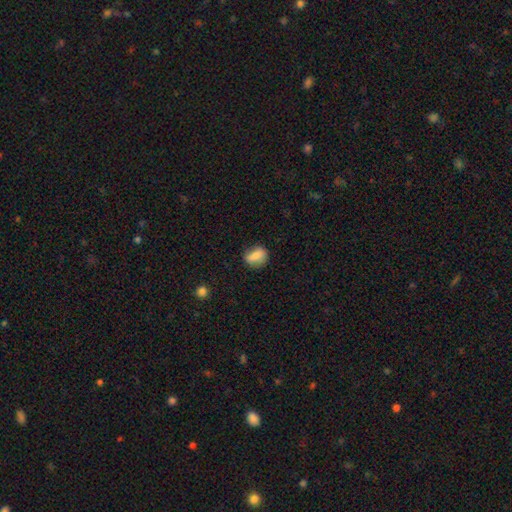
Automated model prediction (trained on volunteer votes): Overall: smooth (76%). How rounded: in between (60%; round 36%). Merging: none (68%).